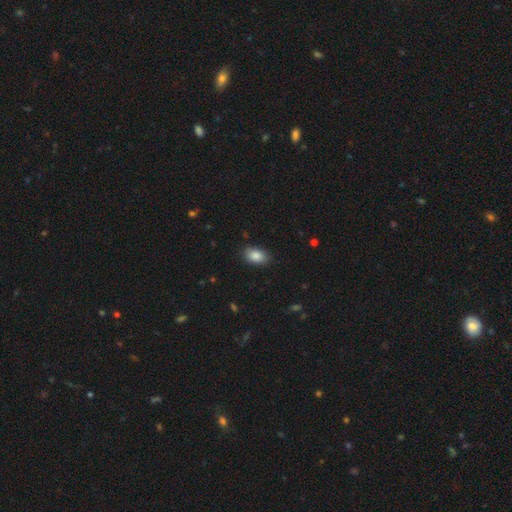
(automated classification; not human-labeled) smooth_or_featured: smooth (p=0.87) [alt: star or artifact p=0.08]
how_rounded: in between (p=0.90) [alt: round p=0.08]
merging: none (p=0.85) [alt: minor disturbance p=0.11]